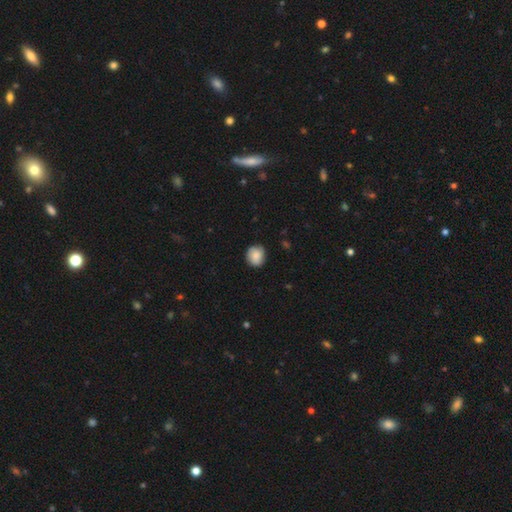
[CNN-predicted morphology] Smooth or featured? smooth (82%)
How rounded? round (79%)
Merging? none (82%)